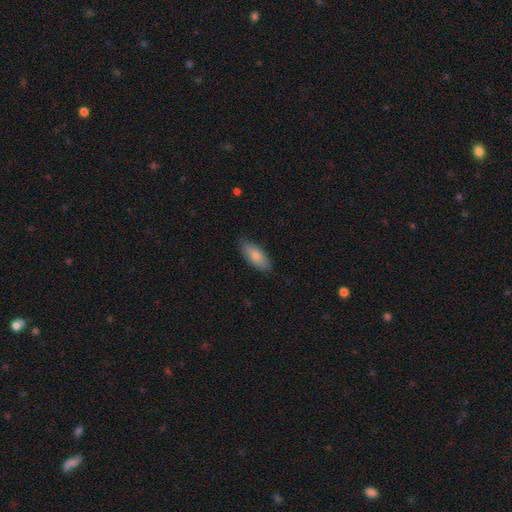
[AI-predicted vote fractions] Smooth or featured?
  - smooth: 83% *
  - featured or disk: 11%
  - star or artifact: 6%
How rounded?
  - in between: 82% *
  - cigar-shaped: 16%
  - round: 2%
Merging?
  - none: 83% *
  - minor disturbance: 14%
  - major disturbance: 2%
  - merger: 1%